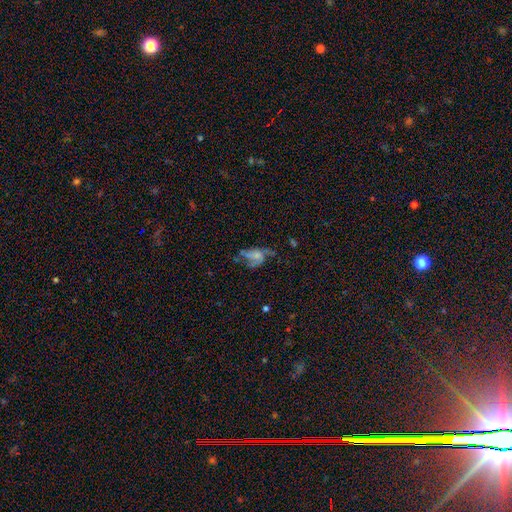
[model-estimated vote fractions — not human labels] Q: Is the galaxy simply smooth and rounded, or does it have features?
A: featured or disk — 50%.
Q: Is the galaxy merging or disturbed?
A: major disturbance — 43%.